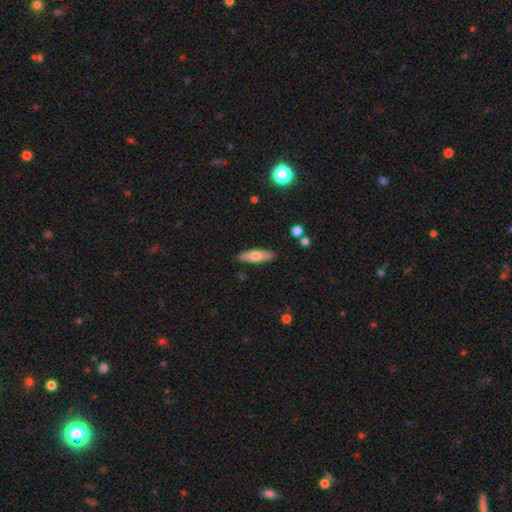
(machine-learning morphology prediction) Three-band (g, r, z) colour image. It shows a smooth galaxy with no disk features (66%) that is cigar-shaped (50%). Merging: none (88%).